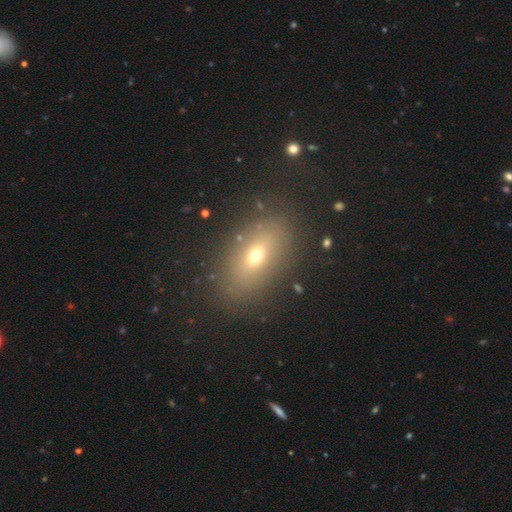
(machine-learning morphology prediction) type=smooth (62%); roundness=in between (80%); merging=none (83%).